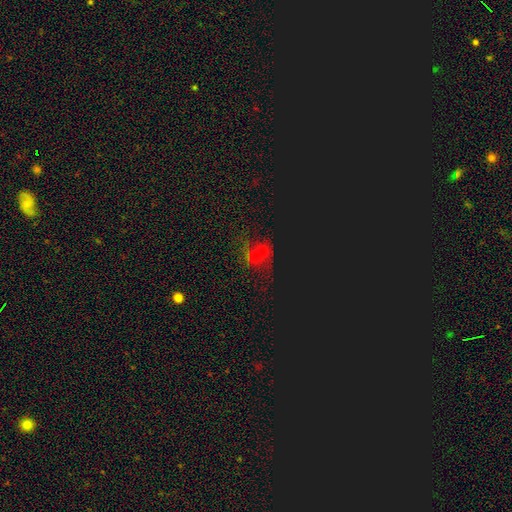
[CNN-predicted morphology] The model was most divided on "smooth or featured": star or artifact: 41%, featured or disk: 30%, smooth: 28%.